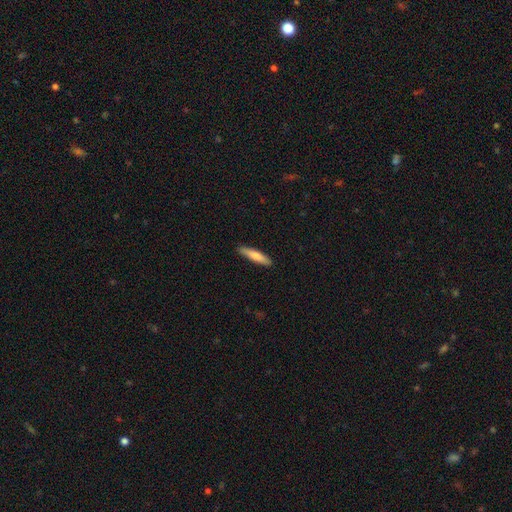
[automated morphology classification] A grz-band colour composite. It shows a smooth galaxy with no disk features (74%) that is cigar-shaped (86%). Merging: none (89%).